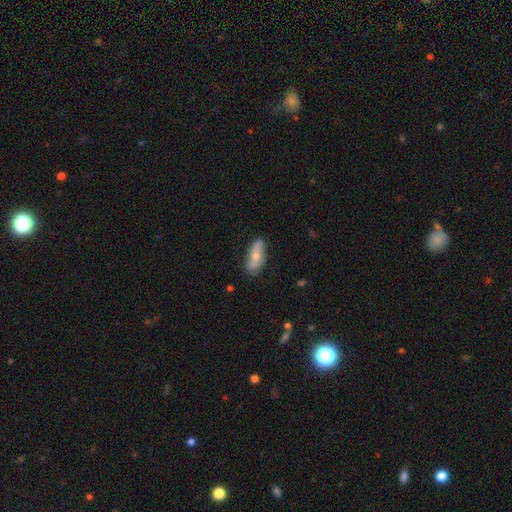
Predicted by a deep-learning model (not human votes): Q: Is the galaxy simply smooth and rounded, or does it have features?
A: smooth — 52%.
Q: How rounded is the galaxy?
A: in between — 77%.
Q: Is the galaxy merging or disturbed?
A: none — 75%.